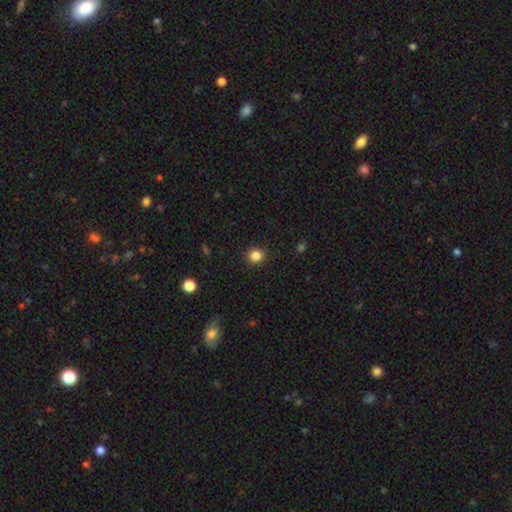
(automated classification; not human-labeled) This appears to be a smooth galaxy with no disk features (85%) that is round (87%). Merging: none (91%).